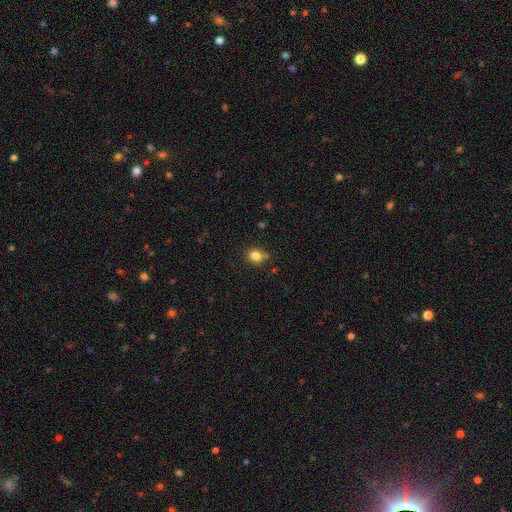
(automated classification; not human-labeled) Smooth or featured: smooth — 81% (star or artifact — 12%)
How rounded: round — 75% (in between — 24%)
Merging: none — 75% (minor disturbance — 14%)